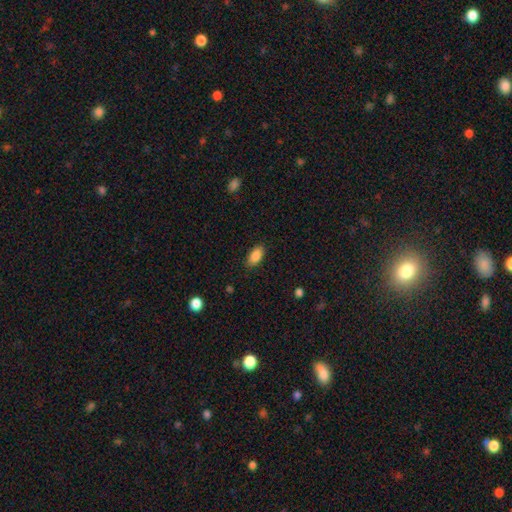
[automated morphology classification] Smooth or featured?
  - smooth: 89% *
  - star or artifact: 7%
  - featured or disk: 4%
How rounded?
  - in between: 91% *
  - cigar-shaped: 6%
  - round: 3%
Merging?
  - none: 86% *
  - minor disturbance: 11%
  - major disturbance: 3%
  - merger: 1%